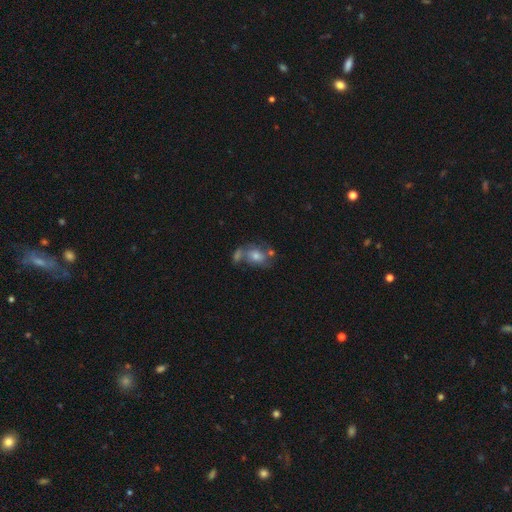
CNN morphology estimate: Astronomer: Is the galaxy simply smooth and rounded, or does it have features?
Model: smooth — 43% (runner-up: featured or disk, 42%).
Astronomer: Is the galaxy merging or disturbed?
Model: none — 38% (runner-up: merger, 35%).